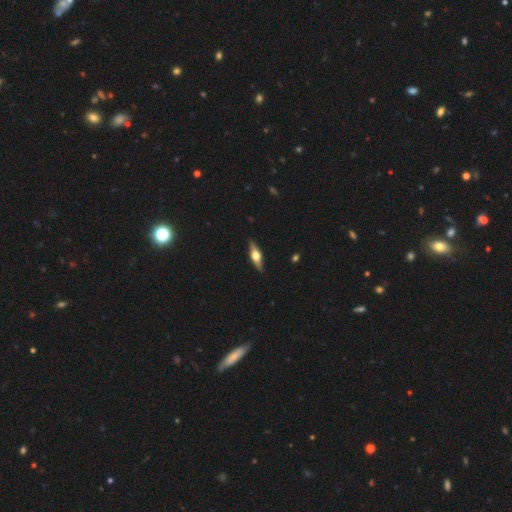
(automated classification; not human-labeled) smooth-or-featured: featured or disk: 66% | smooth: 29% | star or artifact: 6%
  disk-edge-on: yes: 94% | no: 6%
    edge-on-bulge: rounded: 94% | boxy: 4% | none: 1%
  merging: none: 88% | minor disturbance: 9% | major disturbance: 2% | merger: 1%